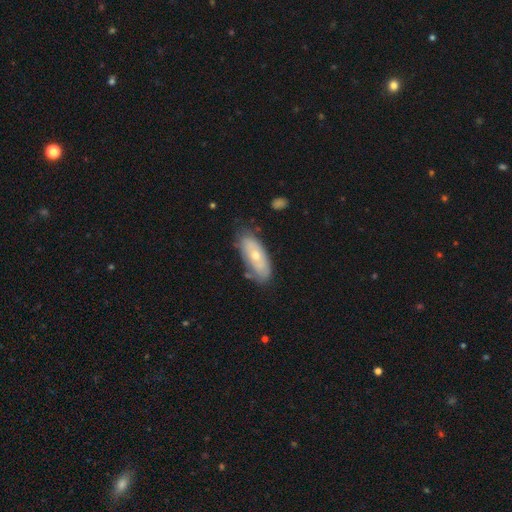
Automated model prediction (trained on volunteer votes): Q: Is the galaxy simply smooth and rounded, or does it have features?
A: smooth — 49%.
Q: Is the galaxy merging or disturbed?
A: none — 68%.